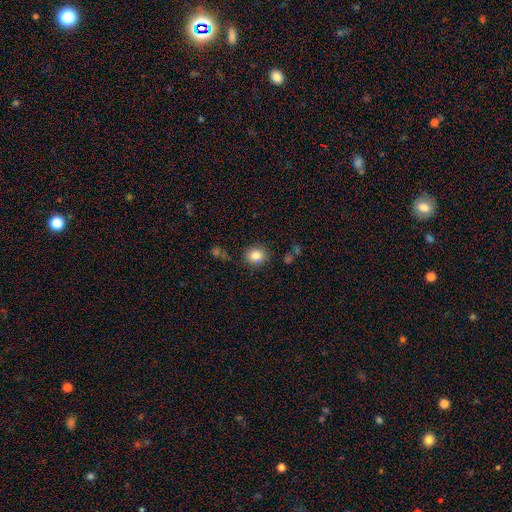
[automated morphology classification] Smooth or featured: smooth — 83% (star or artifact — 11%)
How rounded: round — 78% (in between — 21%)
Merging: none — 83% (minor disturbance — 11%)